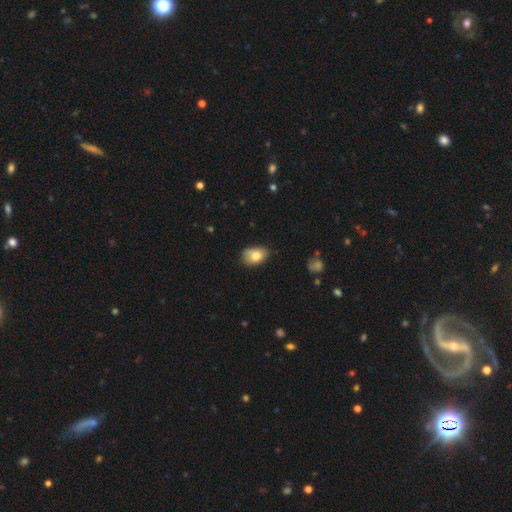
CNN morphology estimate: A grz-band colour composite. It shows a smooth galaxy with no disk features (79%) that is in between round and cigar-shaped (84%). Merging: none (61%).